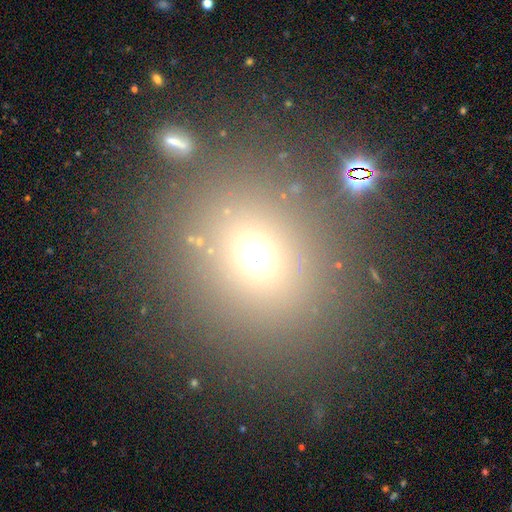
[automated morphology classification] Smooth or featured? smooth (64%)
How rounded? round (76%)
Merging? none (78%)